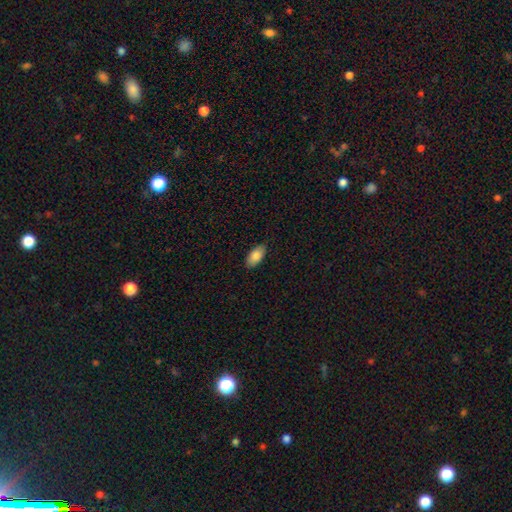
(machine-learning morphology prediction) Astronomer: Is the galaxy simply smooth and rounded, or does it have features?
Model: smooth — 86%.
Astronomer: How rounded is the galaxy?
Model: in between — 93%.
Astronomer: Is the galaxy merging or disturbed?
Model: none — 87%.